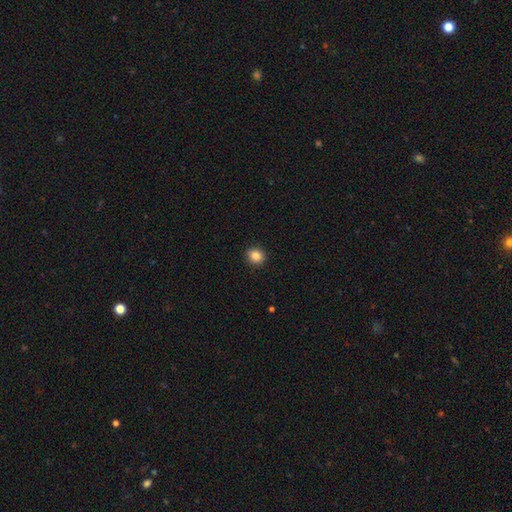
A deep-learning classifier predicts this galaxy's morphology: Smooth or featured?
  - smooth: 86% *
  - star or artifact: 10%
  - featured or disk: 4%
How rounded?
  - round: 74% *
  - in between: 25%
  - cigar-shaped: 1%
Merging?
  - none: 92% *
  - minor disturbance: 5%
  - major disturbance: 2%
  - merger: 1%